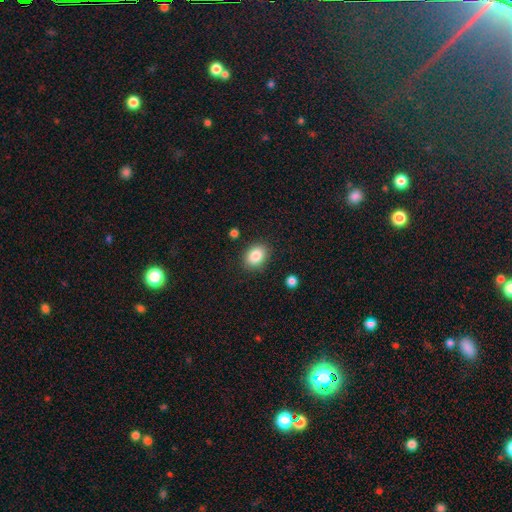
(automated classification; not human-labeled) smooth 86%, star or artifact 8%, featured or disk 5%. Down the decision tree: how rounded — in between (61%); merging — none (85%).